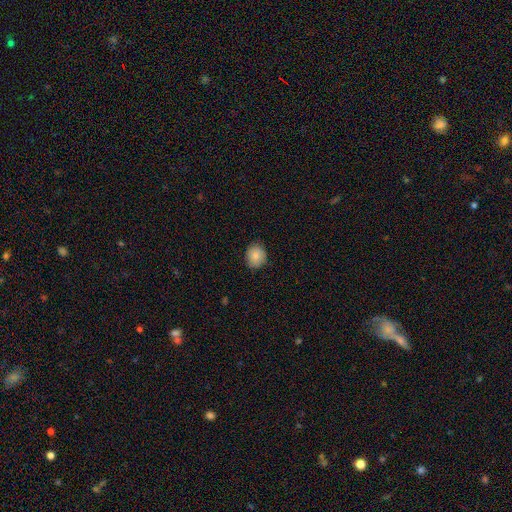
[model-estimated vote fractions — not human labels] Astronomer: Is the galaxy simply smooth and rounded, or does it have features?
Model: smooth — 86%.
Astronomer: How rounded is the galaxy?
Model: round — 75%.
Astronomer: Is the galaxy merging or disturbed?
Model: none — 84%.